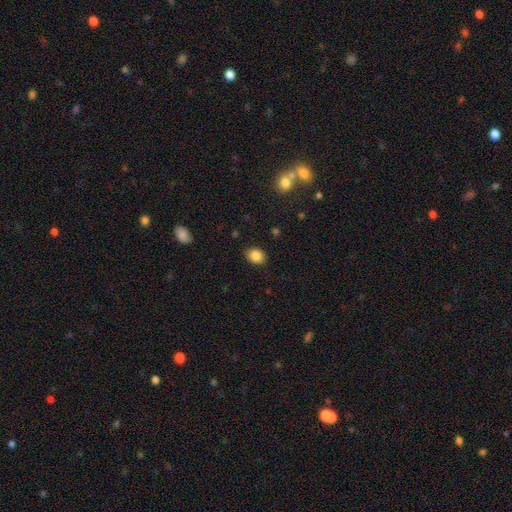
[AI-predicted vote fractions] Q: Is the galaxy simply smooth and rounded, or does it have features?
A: smooth — 86%.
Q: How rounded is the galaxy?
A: in between — 58%.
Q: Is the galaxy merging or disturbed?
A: none — 86%.